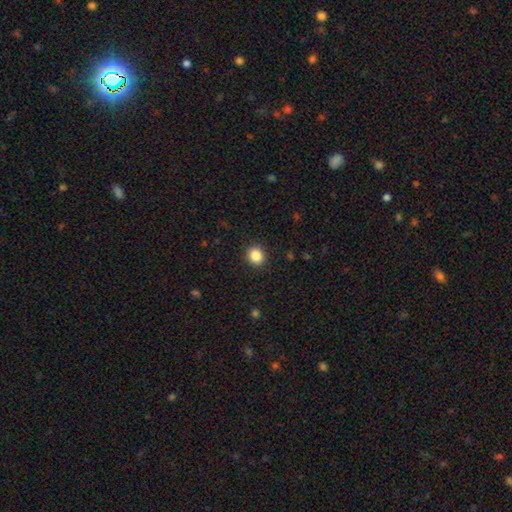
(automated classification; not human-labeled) smooth 86%, star or artifact 10%, featured or disk 4%. Down the decision tree: how rounded — round (80%); merging — none (91%).